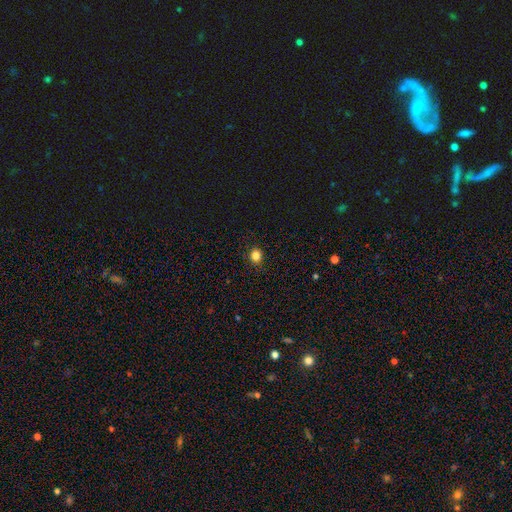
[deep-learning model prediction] The model was most divided on "how rounded": round: 82%, in between: 17%, cigar-shaped: 1%. More confident: merging — none (91%); smooth or featured — smooth (83%).